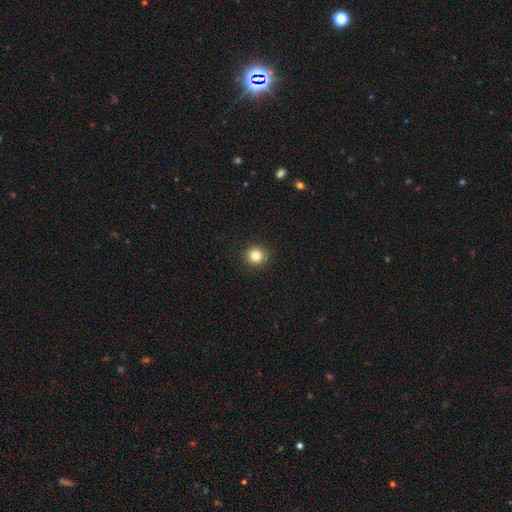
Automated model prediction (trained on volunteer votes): A smooth galaxy with no disk features (84%) that is round (90%).

Vote fractions:
- Smooth or featured? smooth: 84% / star or artifact: 11% / featured or disk: 5%
- How rounded? round: 90% / in between: 9% / cigar-shaped: 1%
- Merging? none: 91% / minor disturbance: 6% / major disturbance: 2% / merger: 1%